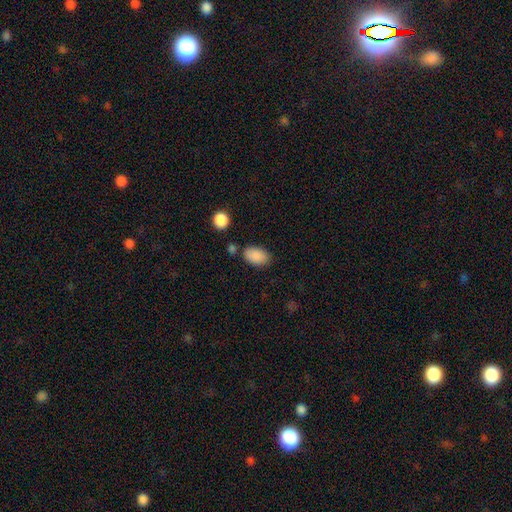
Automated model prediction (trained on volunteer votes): This is clearly a smooth galaxy (89%). How rounded: clearly in between (91%). Merging: likely none (76%).